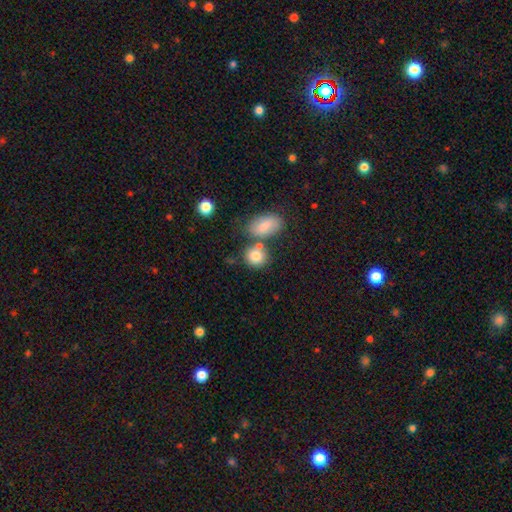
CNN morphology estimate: smooth 82%, featured or disk 9%, star or artifact 9%. Down the decision tree: how rounded — round (64%); merging — none (54%).